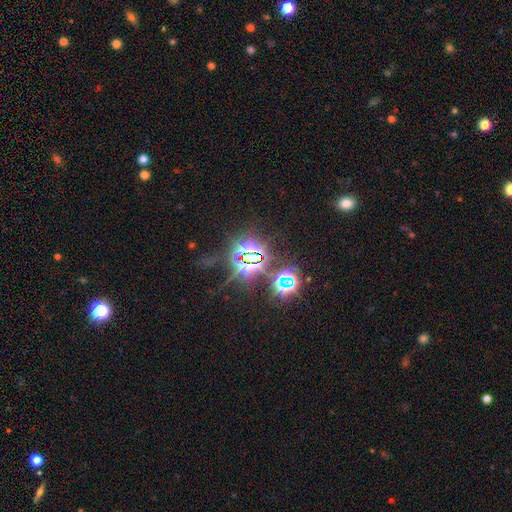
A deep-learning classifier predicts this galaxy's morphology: Smooth or featured?
  - star or artifact: 79% *
  - smooth: 13%
  - featured or disk: 8%